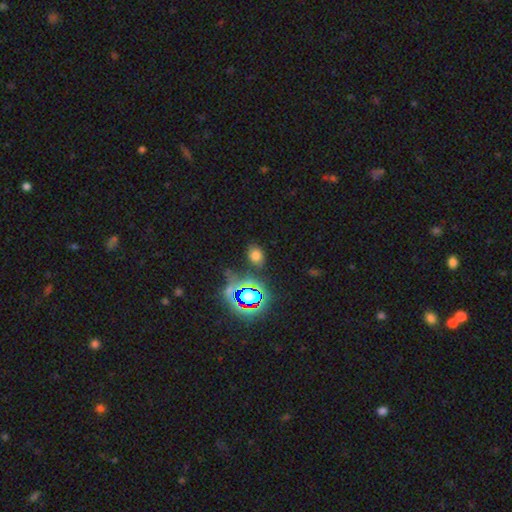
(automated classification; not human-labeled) Overall: smooth (63%; star or artifact 29%). How rounded: in between (59%; round 40%). Merging: none (77%).